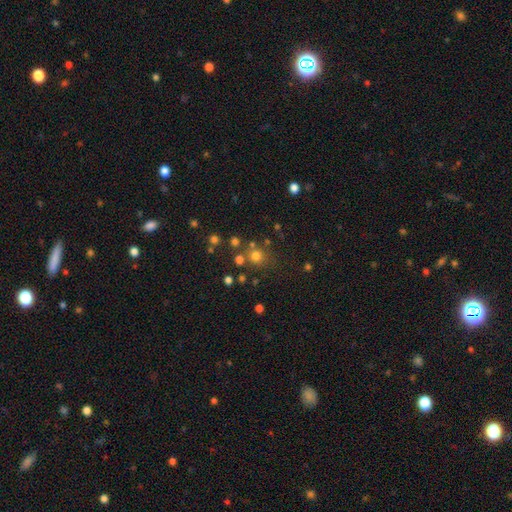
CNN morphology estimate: This appears to be a smooth galaxy with no disk features (71%) that is round (88%). Merging: none (72%).